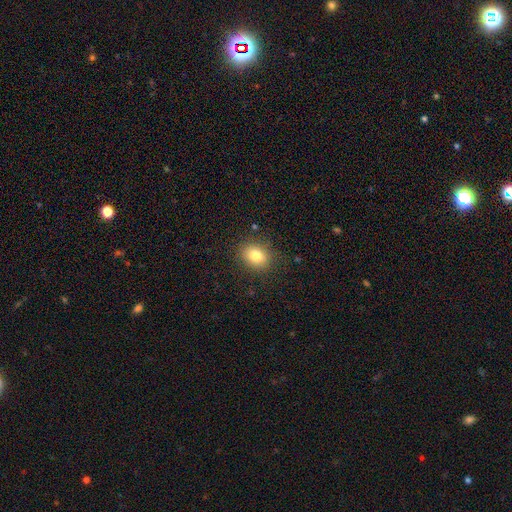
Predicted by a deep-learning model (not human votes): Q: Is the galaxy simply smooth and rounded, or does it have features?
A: smooth — 80%.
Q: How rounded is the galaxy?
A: round — 50%.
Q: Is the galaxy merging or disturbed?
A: none — 86%.